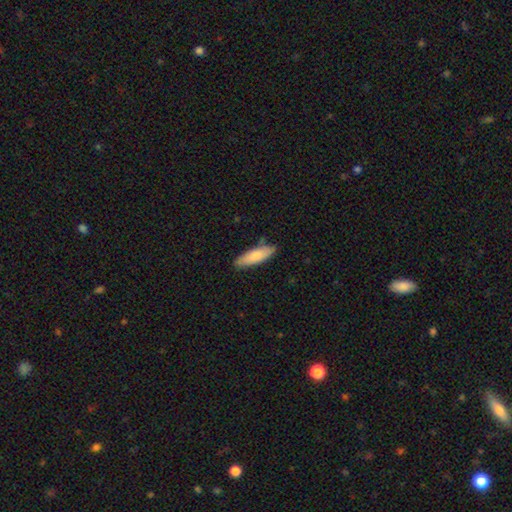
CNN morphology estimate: type=smooth (80%); roundness=cigar-shaped (51%); merging=none (80%).